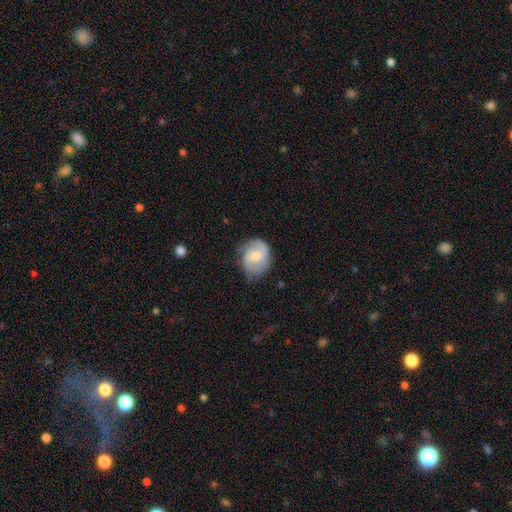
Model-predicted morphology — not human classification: Smooth or featured? featured or disk (70%)
Edge-on disk? no (98%)
Bar? no (56%)
Spiral arms? yes (93%)
Spiral winding? medium (47%)
Spiral arm count? 2 (65%)
Bulge size? moderate (47%)
Merging? none (61%)